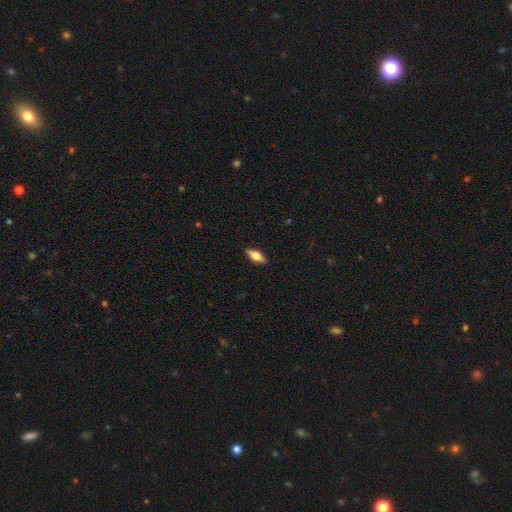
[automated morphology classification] A smooth galaxy with no disk features (64%) that is in between round and cigar-shaped (74%).

Vote fractions:
- Smooth or featured? smooth: 64% / featured or disk: 30% / star or artifact: 7%
- How rounded? in between: 74% / cigar-shaped: 23% / round: 3%
- Merging? none: 89% / minor disturbance: 8% / major disturbance: 2% / merger: 1%